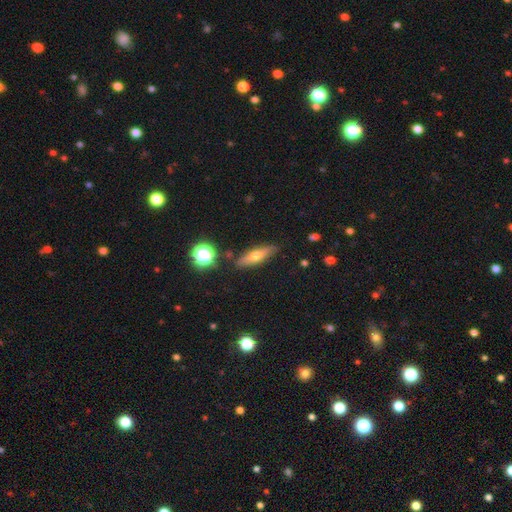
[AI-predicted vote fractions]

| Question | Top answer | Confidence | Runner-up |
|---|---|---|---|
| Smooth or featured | smooth | 53% | featured or disk (38%) |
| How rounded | cigar-shaped | 60% | in between (35%) |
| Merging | none | 84% | minor disturbance (11%) |